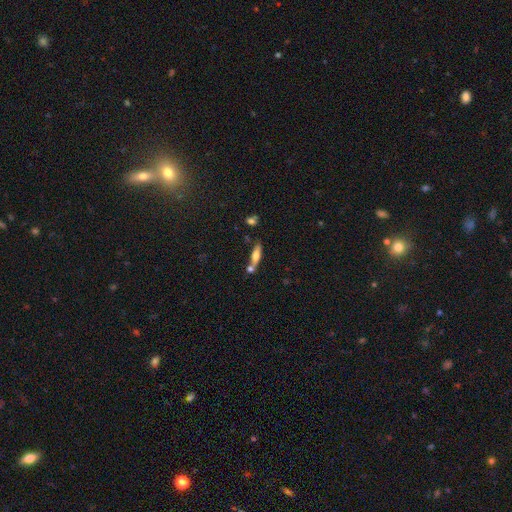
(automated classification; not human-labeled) Smooth or featured: smooth — 58% (featured or disk — 34%)
How rounded: cigar-shaped — 63% (in between — 34%)
Merging: none — 59% (merger — 24%)